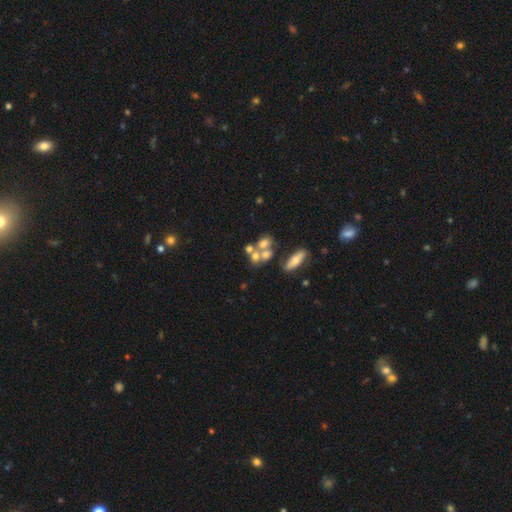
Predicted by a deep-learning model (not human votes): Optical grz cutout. It shows a smooth galaxy with no disk features (38%). Merging: none (50%).